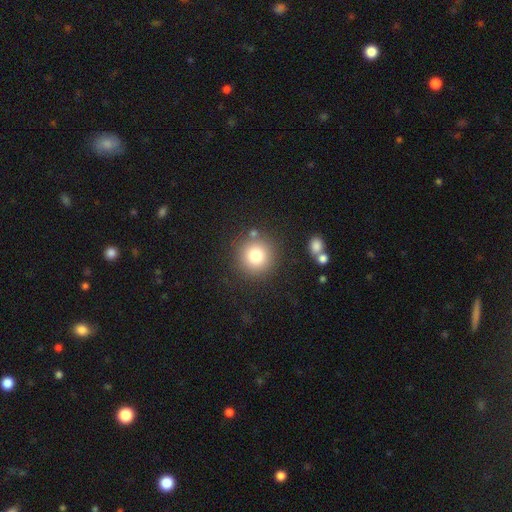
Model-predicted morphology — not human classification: Q: Smooth or featured?
A: smooth (78%); runner-up: star or artifact (12%)
Q: How rounded?
A: round (94%); runner-up: in between (5%)
Q: Merging?
A: none (84%); runner-up: minor disturbance (8%)